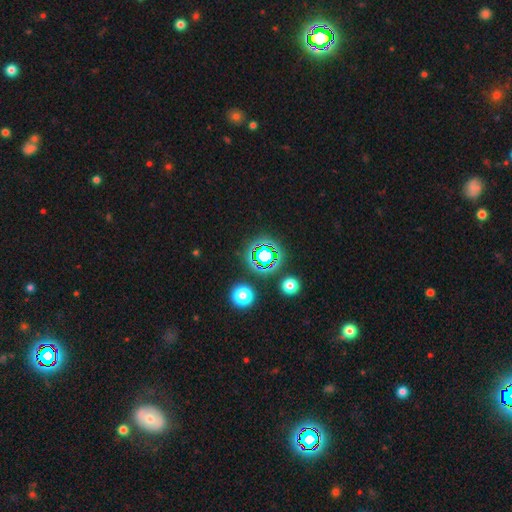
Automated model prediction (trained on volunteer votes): Overall: star or artifact (72%).